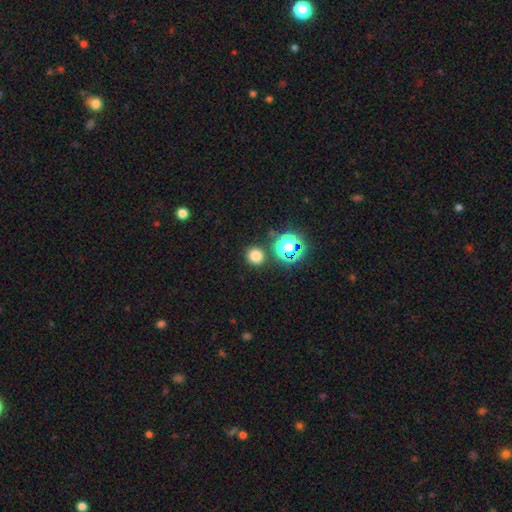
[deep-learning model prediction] This is likely a smooth galaxy (74%). How rounded: clearly round (92%). Merging: clearly none (86%).